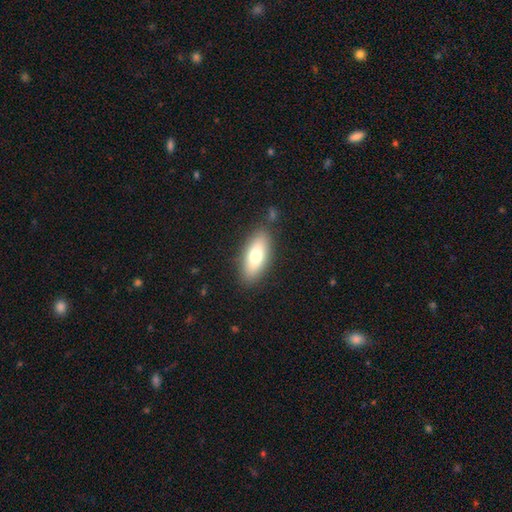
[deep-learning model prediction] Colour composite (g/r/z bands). It shows a smooth galaxy with no disk features (71%) that is in between round and cigar-shaped (78%). Merging: none (84%).